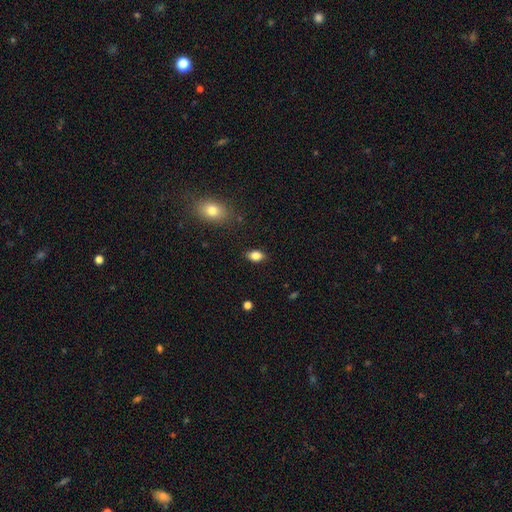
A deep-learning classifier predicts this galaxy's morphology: A smooth galaxy with no disk features (84%) that is in between round and cigar-shaped (83%). Merging: none (86%).